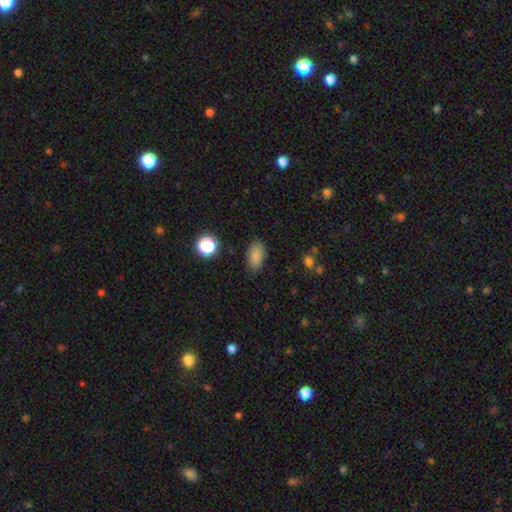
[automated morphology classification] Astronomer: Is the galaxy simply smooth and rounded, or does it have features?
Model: smooth — 82%.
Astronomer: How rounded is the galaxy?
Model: in between — 90%.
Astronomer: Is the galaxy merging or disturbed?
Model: none — 82%.